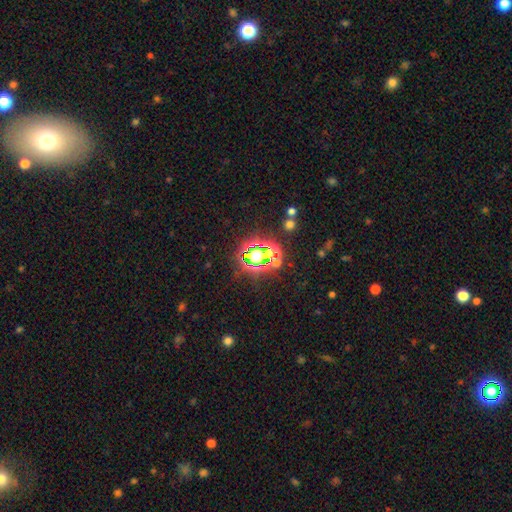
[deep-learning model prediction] Morphology: type=star or artifact (60%).